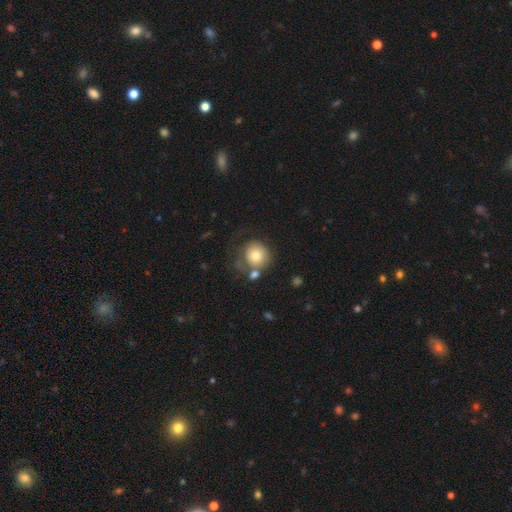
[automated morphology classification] Smooth or featured? smooth (75%)
How rounded? round (88%)
Merging? none (50%)